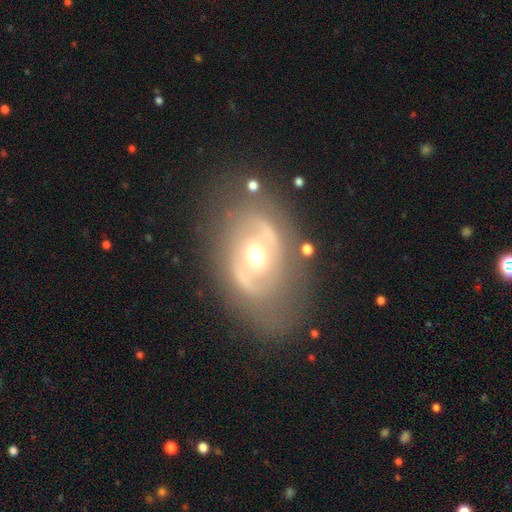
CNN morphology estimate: Smooth or featured?
  - featured or disk: 75% *
  - smooth: 19%
  - star or artifact: 7%
Edge-on disk?
  - no: 94% *
  - yes: 6%
Bar?
  - no: 49% *
  - weak: 32%
  - strong: 19%
Spiral arms?
  - yes: 54% *
  - no: 46%
Bulge size?
  - moderate: 69% *
  - large: 16%
  - small: 12%
  - dominant: 2%
  - none: 1%
Merging?
  - none: 72% *
  - minor disturbance: 16%
  - major disturbance: 10%
  - merger: 2%